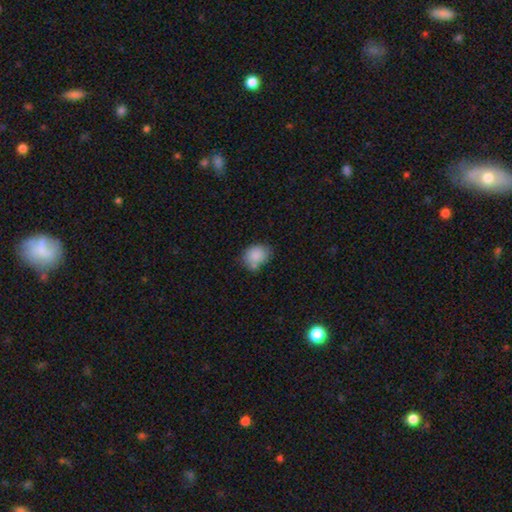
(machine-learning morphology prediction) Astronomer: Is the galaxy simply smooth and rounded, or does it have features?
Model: smooth — 86%.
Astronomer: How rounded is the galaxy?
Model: in between — 53% (runner-up: round, 46%).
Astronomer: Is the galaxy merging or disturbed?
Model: none — 61%.